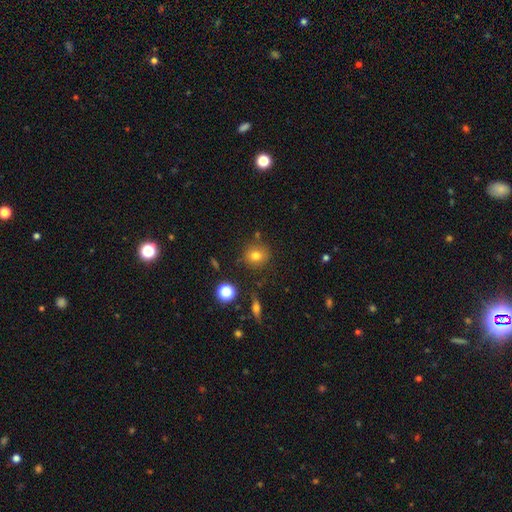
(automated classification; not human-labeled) This appears to be a smooth galaxy with no disk features (74%) that is round (83%). Merging: none (80%).